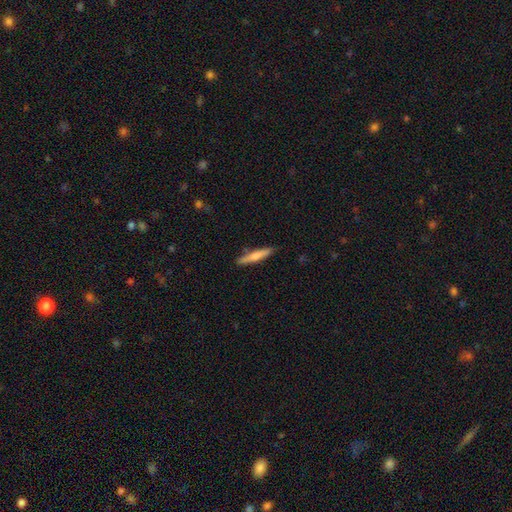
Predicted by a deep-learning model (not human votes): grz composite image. It shows a smooth galaxy with no disk features (67%) that is cigar-shaped (91%). Merging: none (86%).